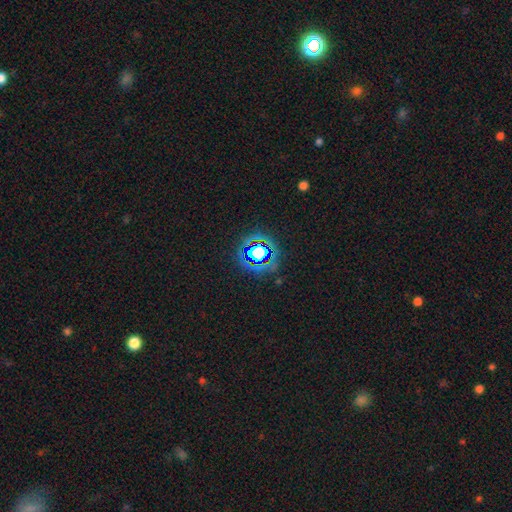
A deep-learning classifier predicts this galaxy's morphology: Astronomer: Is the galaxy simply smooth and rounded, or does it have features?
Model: star or artifact — 76%.